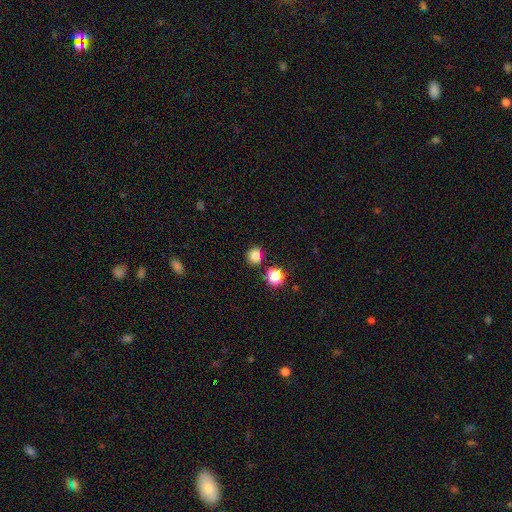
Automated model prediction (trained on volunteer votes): Smooth or featured?
  - smooth: 79% *
  - star or artifact: 16%
  - featured or disk: 5%
How rounded?
  - round: 81% *
  - in between: 18%
  - cigar-shaped: 1%
Merging?
  - none: 81% *
  - minor disturbance: 10%
  - merger: 7%
  - major disturbance: 3%